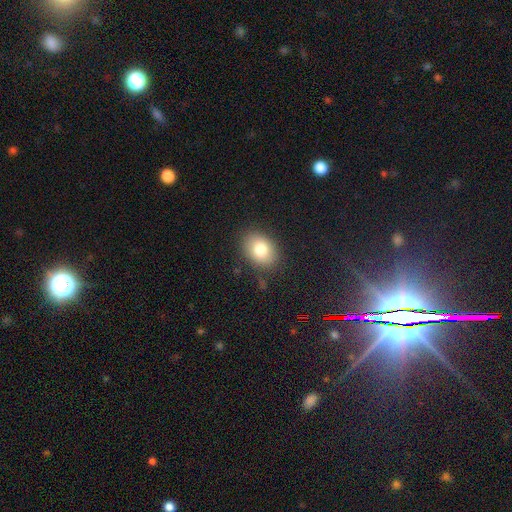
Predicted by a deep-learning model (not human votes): A smooth galaxy with no disk features (73%) that is in between round and cigar-shaped (64%).

Vote fractions:
- Smooth or featured? smooth: 73% / star or artifact: 16% / featured or disk: 11%
- How rounded? in between: 64% / round: 35% / cigar-shaped: 1%
- Merging? none: 87% / minor disturbance: 9% / major disturbance: 2% / merger: 1%